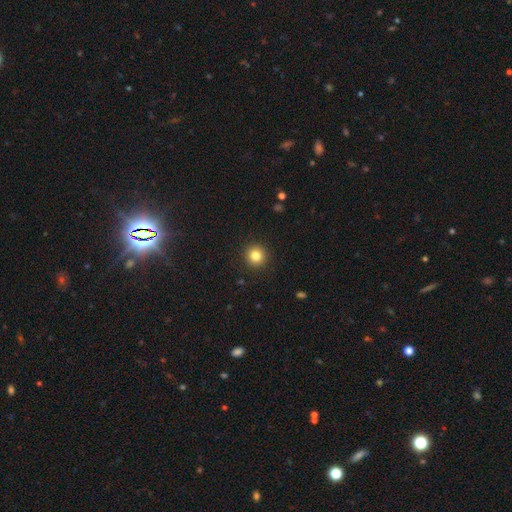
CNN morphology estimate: smooth-or-featured: smooth: 83% | star or artifact: 11% | featured or disk: 6%
  how-rounded: round: 94% | in between: 5% | cigar-shaped: 1%
  merging: none: 92% | minor disturbance: 5% | major disturbance: 2% | merger: 1%